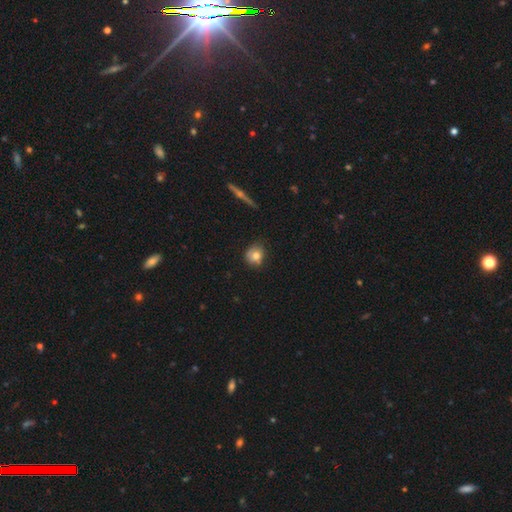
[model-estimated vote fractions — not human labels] This appears to be a smooth galaxy with no disk features (74%) that is round (77%). Merging: none (67%).